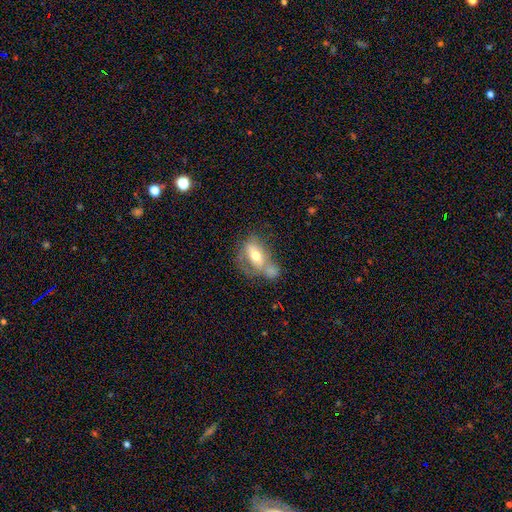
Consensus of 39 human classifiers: smooth_or_featured: smooth (p=0.64) [alt: featured or disk p=0.33]
how_rounded: in between (p=0.88) [alt: cigar-shaped p=0.08]
merging: merger (p=0.37) [alt: none p=0.24]